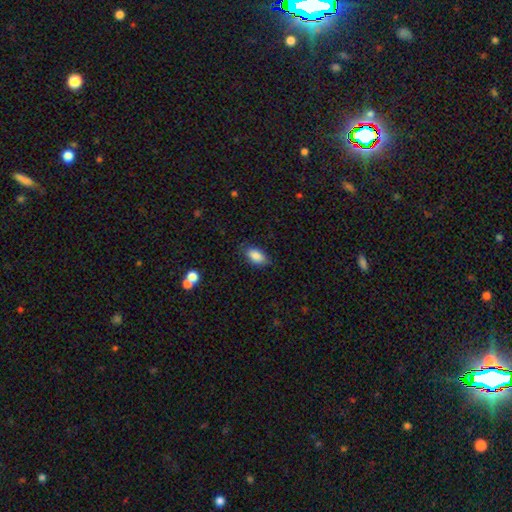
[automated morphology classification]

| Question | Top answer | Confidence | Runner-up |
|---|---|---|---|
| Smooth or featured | smooth | 86% | star or artifact (7%) |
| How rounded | in between | 91% | round (6%) |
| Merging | none | 77% | minor disturbance (17%) |